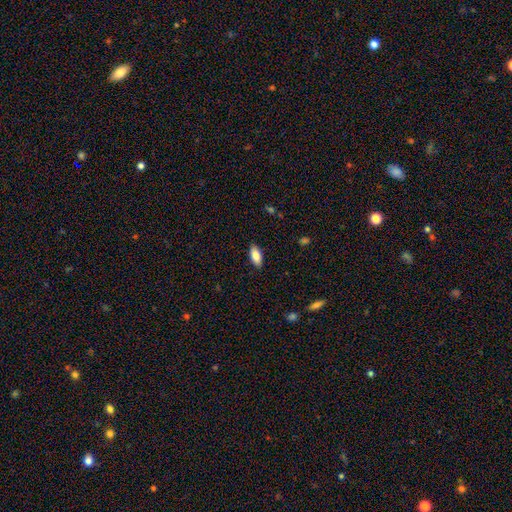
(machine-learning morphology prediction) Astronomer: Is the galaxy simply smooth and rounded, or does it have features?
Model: smooth — 82%.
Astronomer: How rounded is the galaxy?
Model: in between — 87%.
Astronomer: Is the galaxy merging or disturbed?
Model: none — 88%.